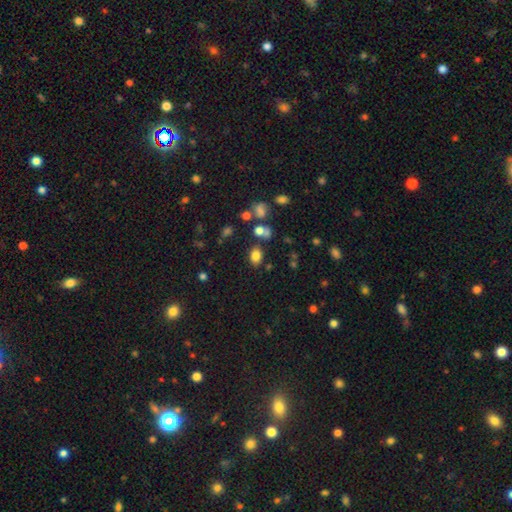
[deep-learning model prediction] Q: Smooth or featured?
A: smooth (79%); runner-up: star or artifact (14%)
Q: How rounded?
A: in between (72%); runner-up: round (27%)
Q: Merging?
A: none (75%); runner-up: minor disturbance (12%)